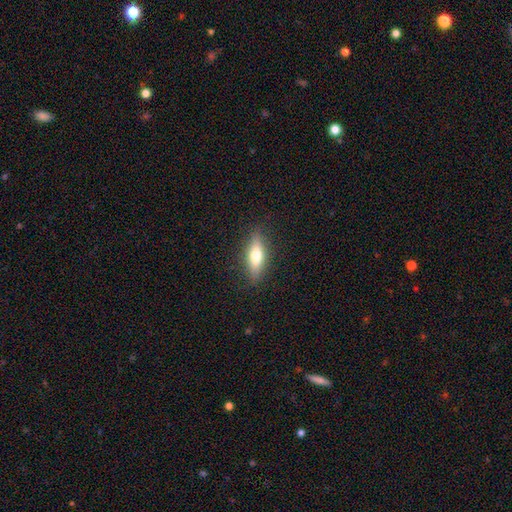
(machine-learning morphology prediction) The model was most divided on "how rounded": in between: 49%, cigar-shaped: 48%, round: 3%. More confident: merging — none (86%); smooth or featured — smooth (58%).